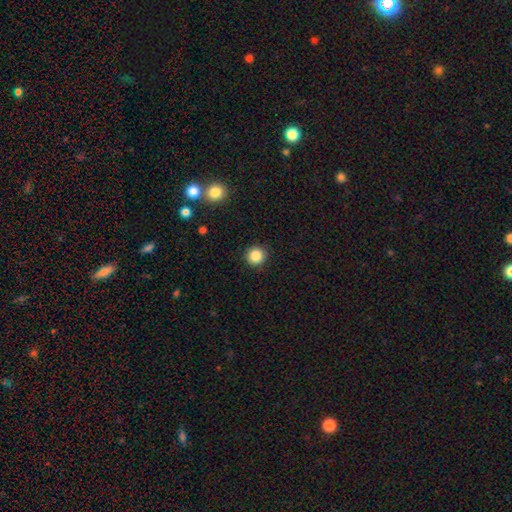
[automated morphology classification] Overall: smooth (86%). How rounded: round (94%). Merging: none (91%).